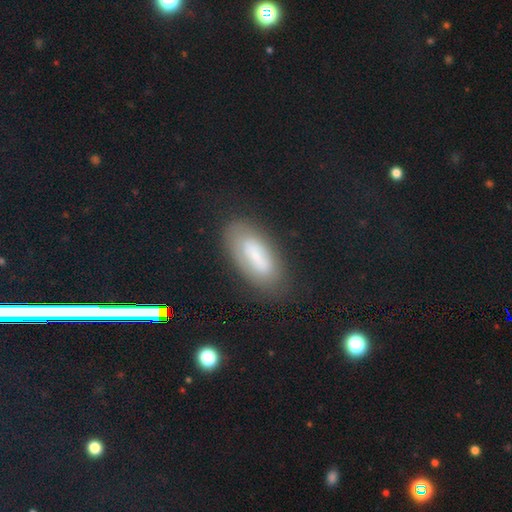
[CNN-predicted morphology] smooth_or_featured: smooth (p=0.50) [alt: featured or disk p=0.39]
how_rounded: in between (p=0.84) [alt: cigar-shaped p=0.13]
merging: none (p=0.75) [alt: minor disturbance p=0.17]